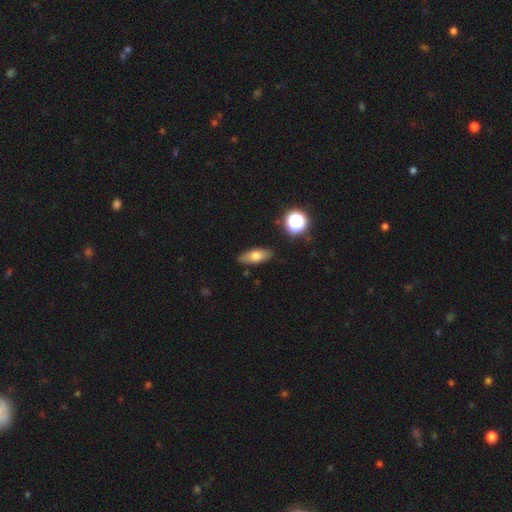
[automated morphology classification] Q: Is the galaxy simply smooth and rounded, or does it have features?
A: smooth — 72%.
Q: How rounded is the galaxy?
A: in between — 76%.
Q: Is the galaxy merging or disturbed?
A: none — 84%.